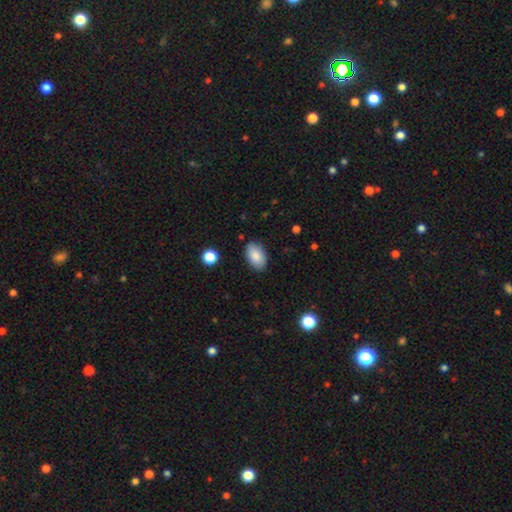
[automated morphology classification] Q: Smooth or featured?
A: smooth (87%); runner-up: star or artifact (7%)
Q: How rounded?
A: in between (93%); runner-up: round (5%)
Q: Merging?
A: none (86%); runner-up: minor disturbance (10%)